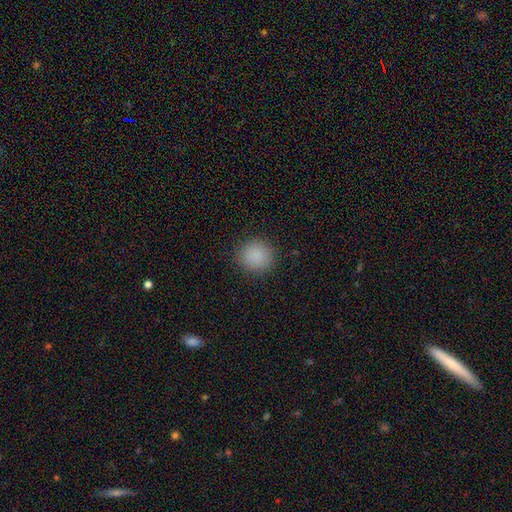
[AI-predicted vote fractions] This is clearly a smooth galaxy (87%). How rounded: clearly round (91%). Merging: clearly none (89%).